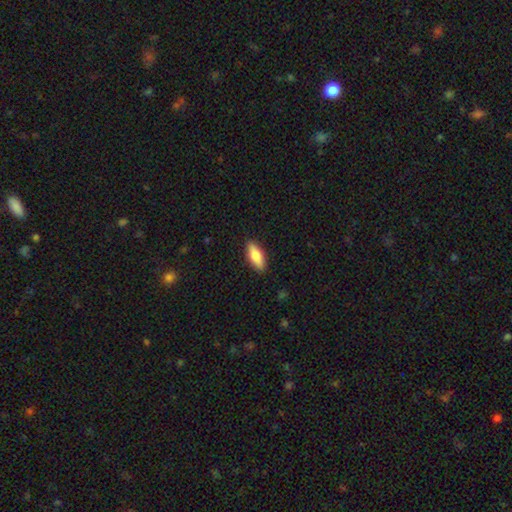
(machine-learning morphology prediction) This is likely a smooth galaxy (76%). How rounded: likely in between (70%). Merging: clearly none (89%).